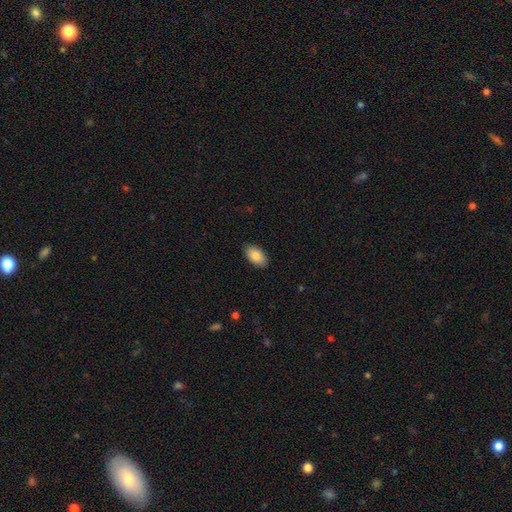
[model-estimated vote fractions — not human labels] This is clearly a smooth galaxy (87%). How rounded: clearly in between (94%). Merging: clearly none (88%).